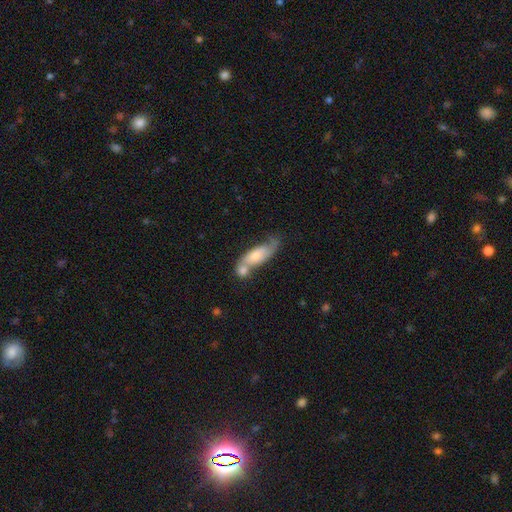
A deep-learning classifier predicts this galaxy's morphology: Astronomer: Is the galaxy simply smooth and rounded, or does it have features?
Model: featured or disk — 54% (runner-up: smooth, 38%).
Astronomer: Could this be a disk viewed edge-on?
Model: no — 76%.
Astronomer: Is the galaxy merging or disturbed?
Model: merger — 40% (runner-up: none, 33%).